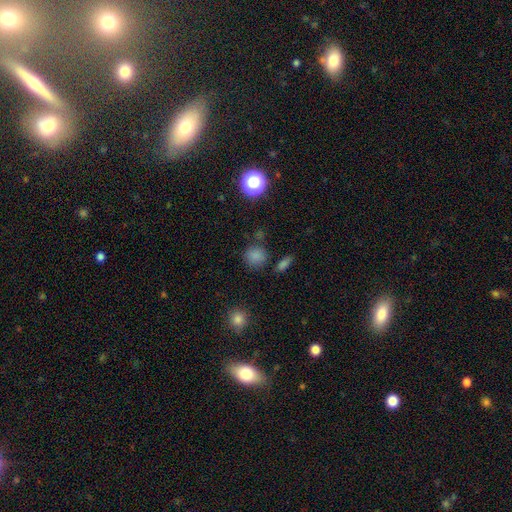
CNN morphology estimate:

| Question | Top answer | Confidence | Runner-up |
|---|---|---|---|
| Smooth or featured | smooth | 77% | star or artifact (17%) |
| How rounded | round | 86% | in between (13%) |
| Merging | none | 76% | minor disturbance (13%) |